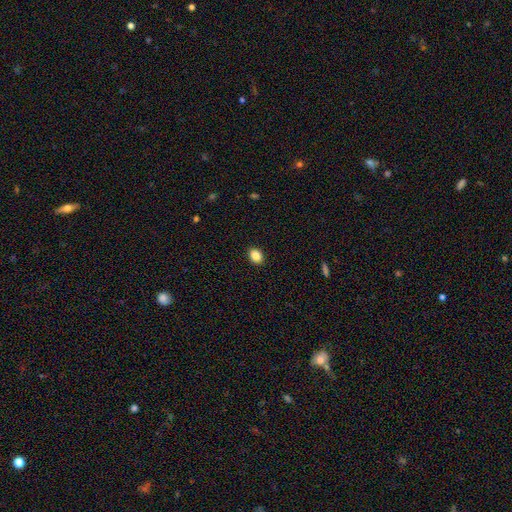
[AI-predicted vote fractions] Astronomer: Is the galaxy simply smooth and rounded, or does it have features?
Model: smooth — 86%.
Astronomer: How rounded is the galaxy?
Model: in between — 61% (runner-up: round, 38%).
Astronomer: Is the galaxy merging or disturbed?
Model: none — 91%.